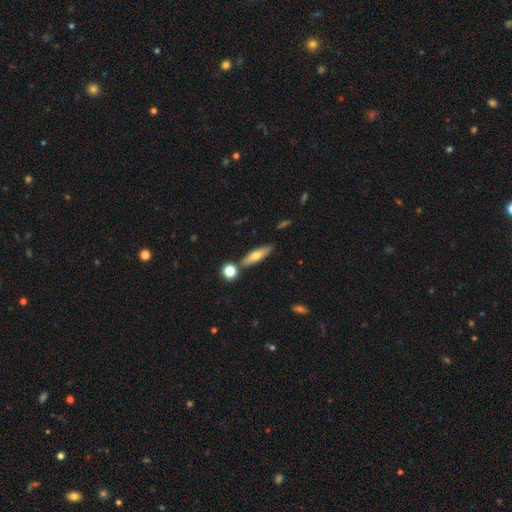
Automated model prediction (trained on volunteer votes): This appears to be a smooth galaxy with no disk features (60%) that is cigar-shaped (65%). Merging: none (79%).